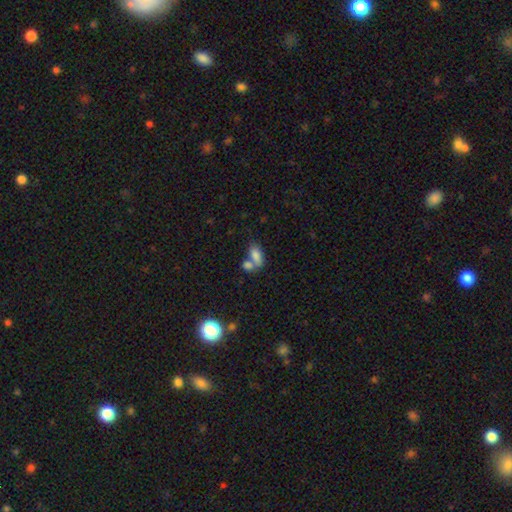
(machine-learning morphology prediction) This appears to be a smooth galaxy with no disk features (80%) that is in between round and cigar-shaped (88%). Merging: merger (55%).